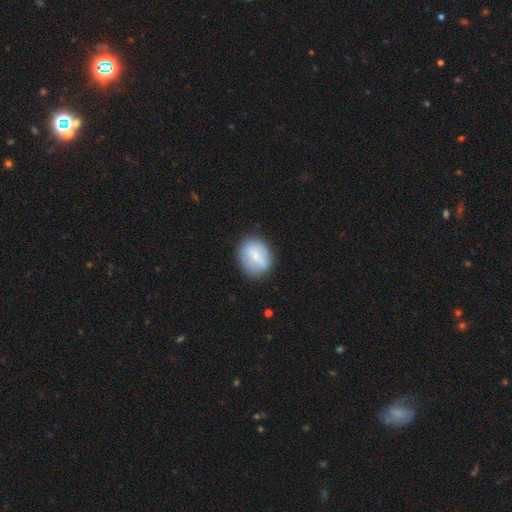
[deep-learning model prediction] Smooth or featured?
  - smooth: 67% *
  - featured or disk: 26%
  - star or artifact: 7%
How rounded?
  - round: 54% *
  - in between: 44%
  - cigar-shaped: 1%
Merging?
  - none: 78% *
  - minor disturbance: 15%
  - major disturbance: 5%
  - merger: 2%